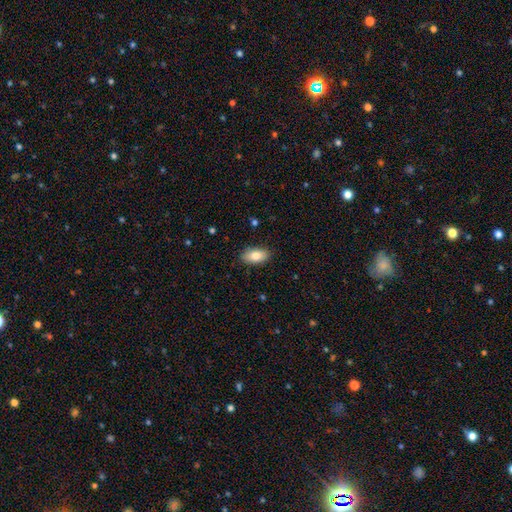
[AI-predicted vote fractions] This is clearly a smooth galaxy (83%). How rounded: clearly in between (93%). Merging: clearly none (88%).